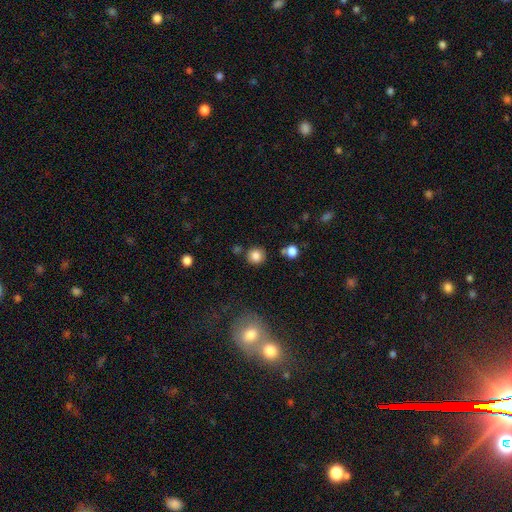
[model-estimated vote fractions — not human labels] This is clearly a smooth galaxy (83%). How rounded: clearly round (91%). Merging: clearly none (83%).